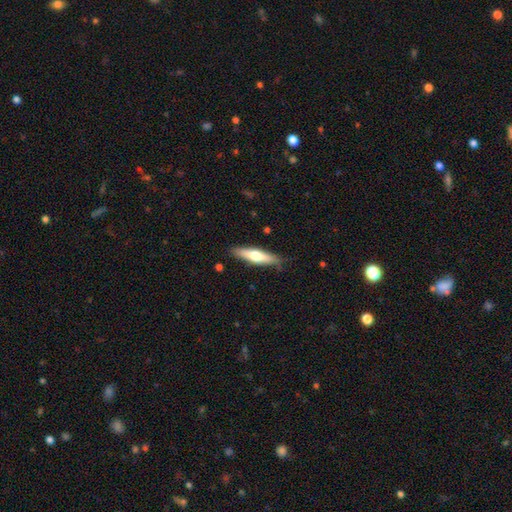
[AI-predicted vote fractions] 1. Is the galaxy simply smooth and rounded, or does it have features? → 52% smooth, 43% featured or disk, 5% star or artifact.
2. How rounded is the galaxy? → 74% cigar-shaped, 24% in between, 2% round.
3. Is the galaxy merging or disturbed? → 85% none, 12% minor disturbance, 2% major disturbance, 1% merger.